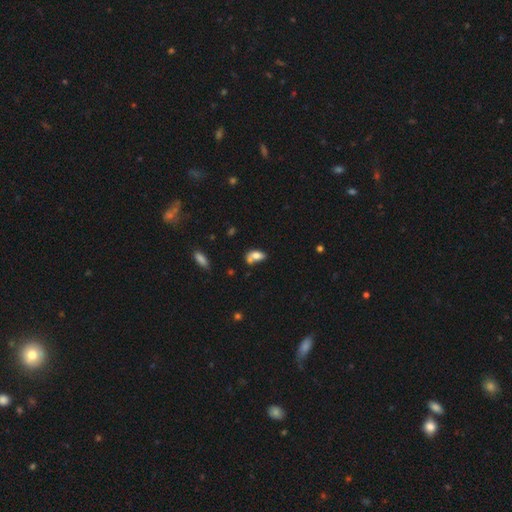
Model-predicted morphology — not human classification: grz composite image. It shows a smooth galaxy with no disk features (75%) that is in between round and cigar-shaped (88%). Merging: none (34%, tied with merger).